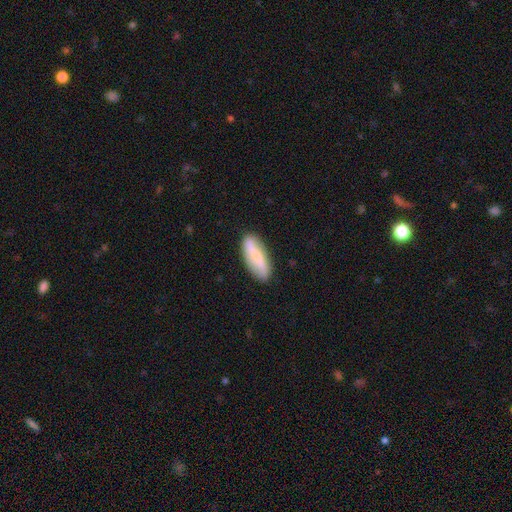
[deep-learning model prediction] Smooth or featured? Predicted: smooth (p=0.57). How rounded? Predicted: in between (p=0.56). Merging? Predicted: none (p=0.83).